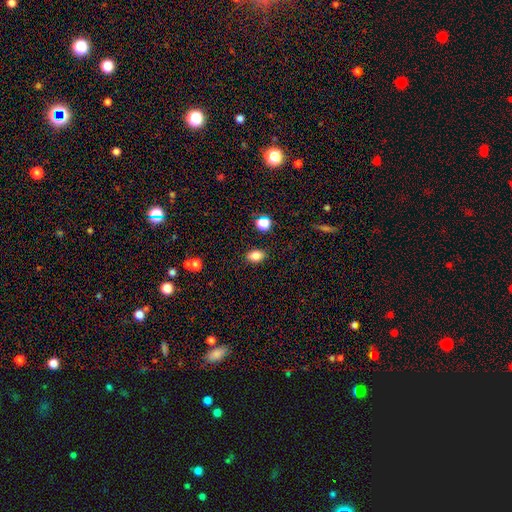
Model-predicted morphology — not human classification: A smooth galaxy with no disk features (83%) that is in between round and cigar-shaped (82%).

Vote fractions:
- Smooth or featured? smooth: 83% / star or artifact: 11% / featured or disk: 7%
- How rounded? in between: 82% / round: 17% / cigar-shaped: 2%
- Merging? none: 86% / minor disturbance: 9% / major disturbance: 2% / merger: 2%